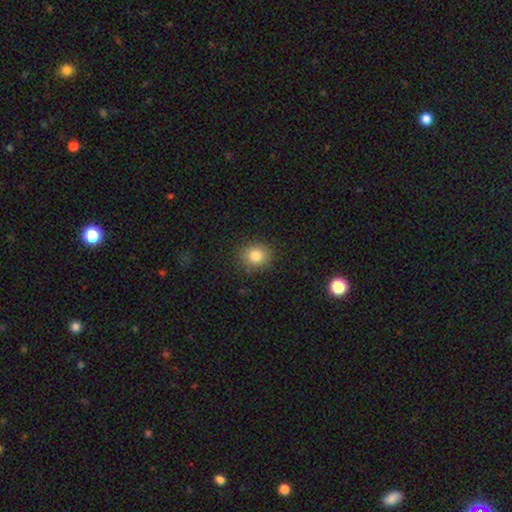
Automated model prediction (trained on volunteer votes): The model was most divided on "how rounded": round: 76%, in between: 23%, cigar-shaped: 1%. More confident: merging — none (88%); smooth or featured — smooth (83%).